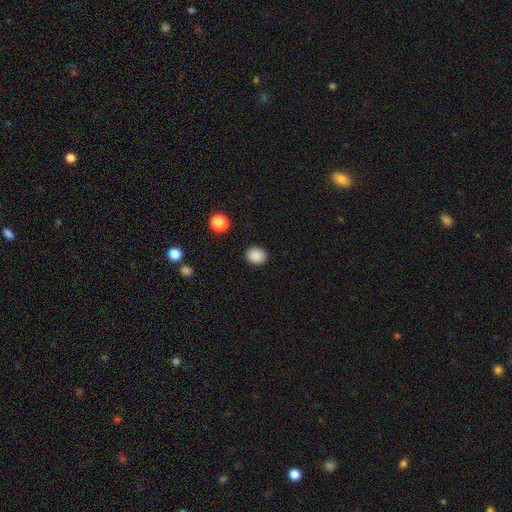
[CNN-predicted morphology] smooth-or-featured: smooth: 88% | star or artifact: 10% | featured or disk: 3%
  how-rounded: round: 69% | in between: 31% | cigar-shaped: 1%
  merging: none: 90% | minor disturbance: 7% | major disturbance: 2% | merger: 1%